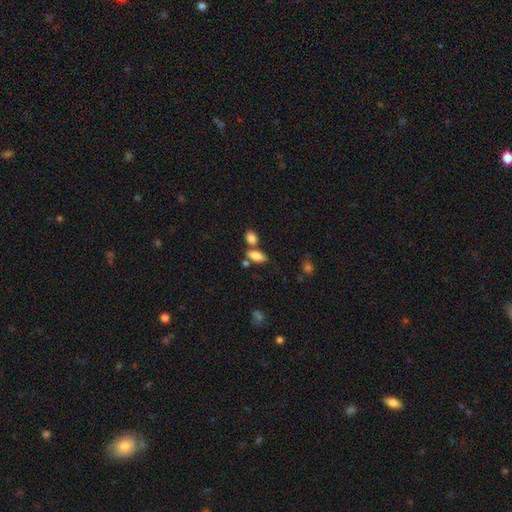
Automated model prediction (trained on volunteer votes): A smooth galaxy with no disk features (79%) that is in between round and cigar-shaped (83%). Merging: none (59%).